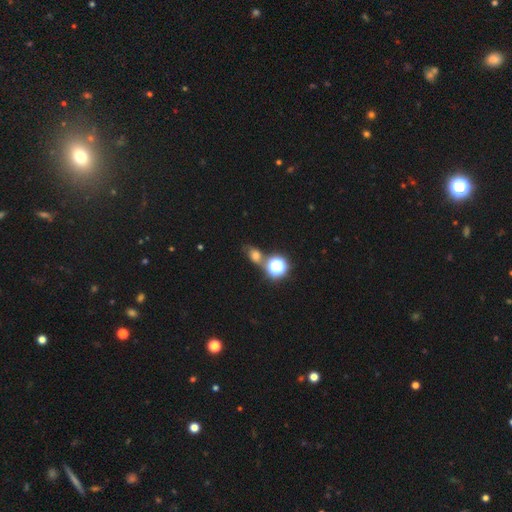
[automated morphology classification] smooth-or-featured: smooth: 52% | star or artifact: 31% | featured or disk: 17%
  how-rounded: in between: 50% | round: 46% | cigar-shaped: 4%
  merging: none: 55% | merger: 21% | minor disturbance: 16% | major disturbance: 8%